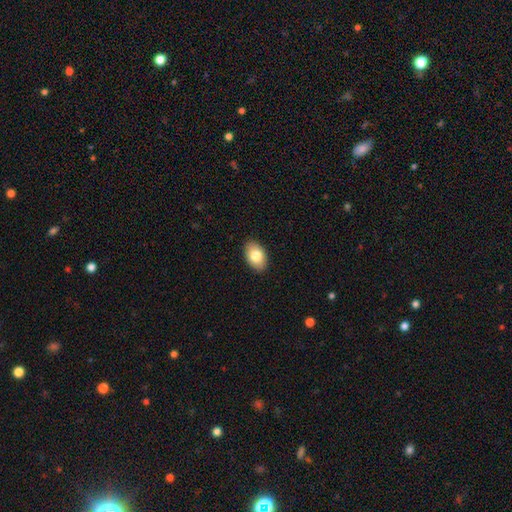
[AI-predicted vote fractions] Overall: smooth (80%). How rounded: in between (90%). Merging: none (90%).